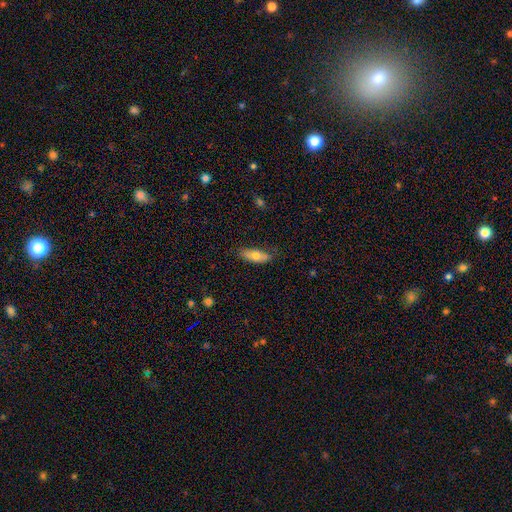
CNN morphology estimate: Smooth or featured?
  - smooth: 69% *
  - featured or disk: 25%
  - star or artifact: 6%
How rounded?
  - in between: 73% *
  - cigar-shaped: 25%
  - round: 3%
Merging?
  - none: 71% *
  - minor disturbance: 23%
  - major disturbance: 5%
  - merger: 2%